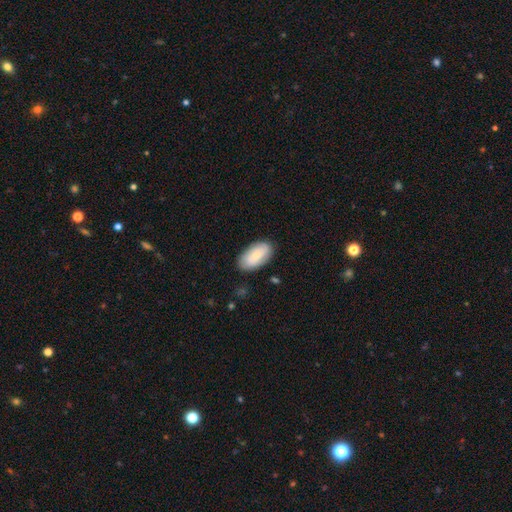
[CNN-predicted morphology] Smooth or featured?
  - smooth: 73% *
  - featured or disk: 21%
  - star or artifact: 6%
How rounded?
  - in between: 95% *
  - round: 3%
  - cigar-shaped: 2%
Merging?
  - none: 85% *
  - minor disturbance: 12%
  - major disturbance: 2%
  - merger: 1%